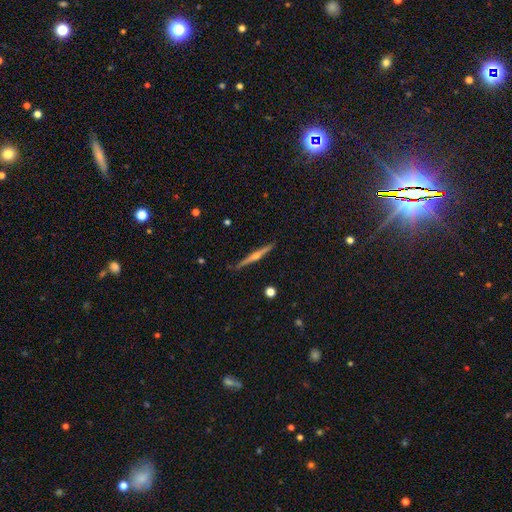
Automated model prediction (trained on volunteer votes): This appears to be a featured or disk galaxy (76%) viewed edge-on (98%) with a rounded central bulge (86%). Merging: none (91%).